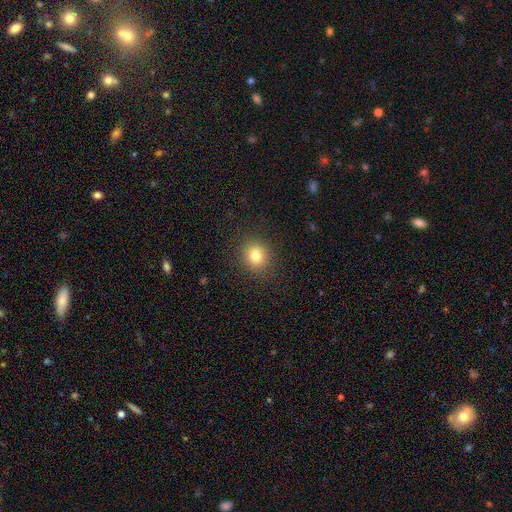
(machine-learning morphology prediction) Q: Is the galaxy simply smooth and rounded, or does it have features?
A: smooth — 79%.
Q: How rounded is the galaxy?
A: round — 84%.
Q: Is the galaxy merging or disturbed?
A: none — 90%.